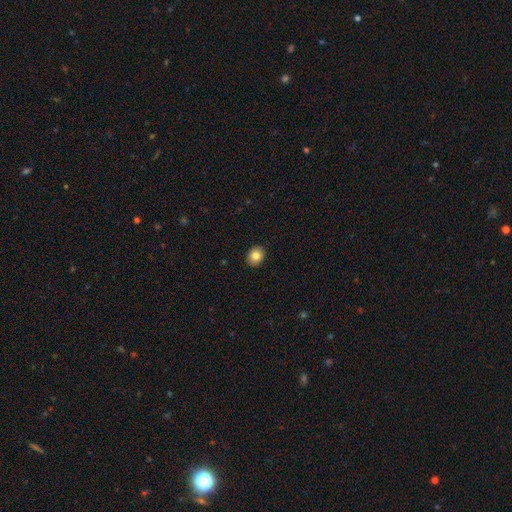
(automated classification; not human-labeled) Smooth or featured?
  - smooth: 82% *
  - star or artifact: 9%
  - featured or disk: 9%
How rounded?
  - round: 56% *
  - in between: 44%
  - cigar-shaped: 1%
Merging?
  - none: 90% *
  - minor disturbance: 7%
  - major disturbance: 2%
  - merger: 1%